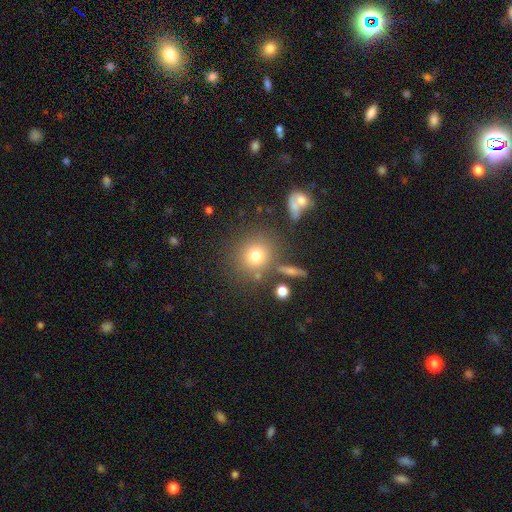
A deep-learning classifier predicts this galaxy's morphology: A smooth galaxy with no disk features (74%) that is round (86%). Merging: none (76%).